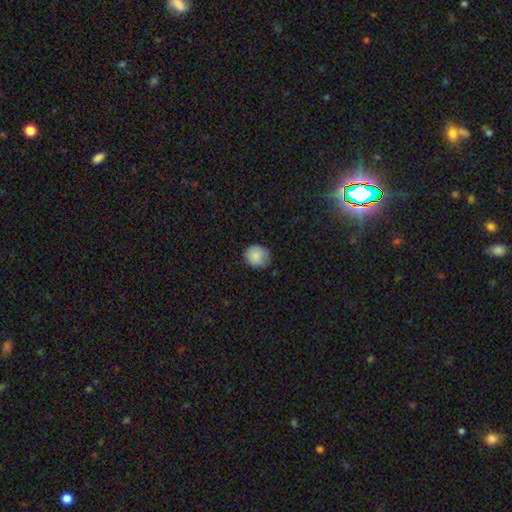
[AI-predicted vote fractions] smooth-or-featured: smooth: 84% | star or artifact: 8% | featured or disk: 8%
  how-rounded: round: 76% | in between: 23% | cigar-shaped: 1%
  merging: none: 72% | minor disturbance: 23% | major disturbance: 4% | merger: 1%